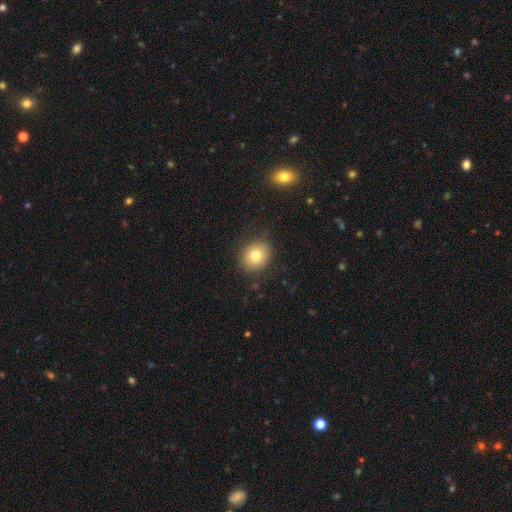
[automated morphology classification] Smooth or featured? smooth (76%)
How rounded? round (68%)
Merging? none (85%)